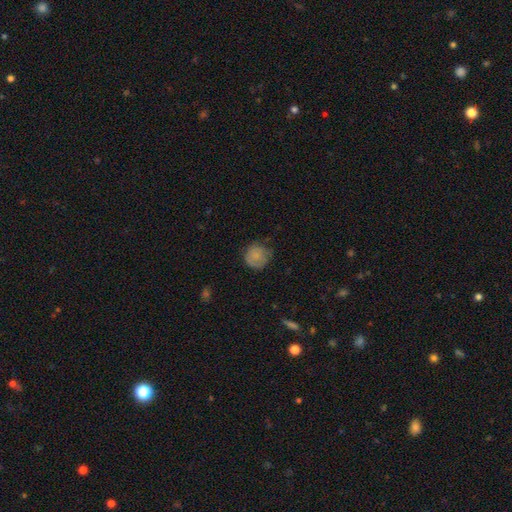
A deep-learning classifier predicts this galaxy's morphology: A smooth galaxy with no disk features (77%) that is round (89%).

Vote fractions:
- Smooth or featured? smooth: 77% / featured or disk: 14% / star or artifact: 9%
- How rounded? round: 89% / in between: 10% / cigar-shaped: 1%
- Merging? none: 61% / minor disturbance: 29% / major disturbance: 8% / merger: 1%